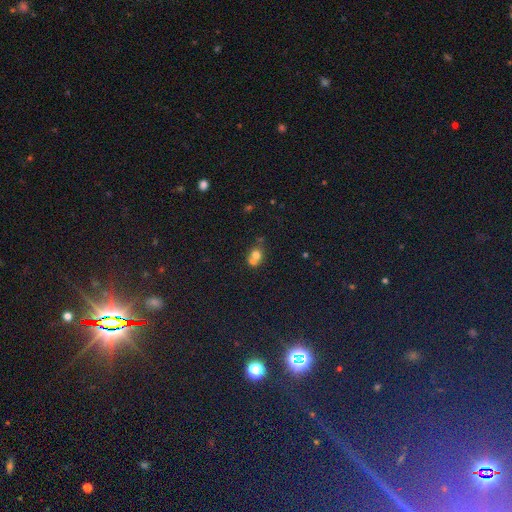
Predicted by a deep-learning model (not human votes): Smooth or featured? Predicted: smooth (p=0.69). How rounded? Predicted: round (p=0.69). Merging? Predicted: merger (p=0.52).